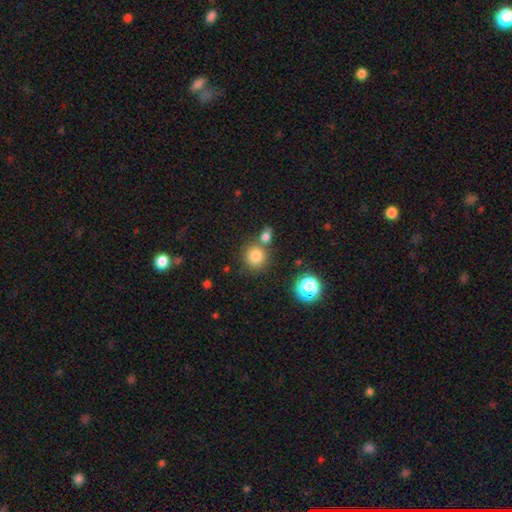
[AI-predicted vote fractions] This appears to be a smooth galaxy with no disk features (81%) that is round (88%). Merging: none (68%).